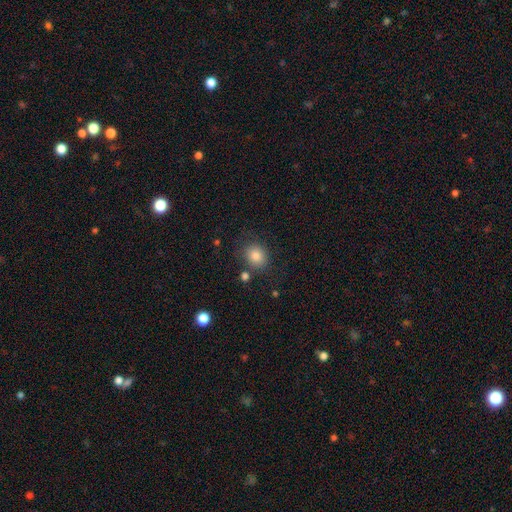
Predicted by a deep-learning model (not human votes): A smooth galaxy with no disk features (83%) that is round (67%).

Vote fractions:
- Smooth or featured? smooth: 83% / star or artifact: 11% / featured or disk: 6%
- How rounded? round: 67% / in between: 32% / cigar-shaped: 1%
- Merging? none: 79% / minor disturbance: 12% / merger: 5% / major disturbance: 4%